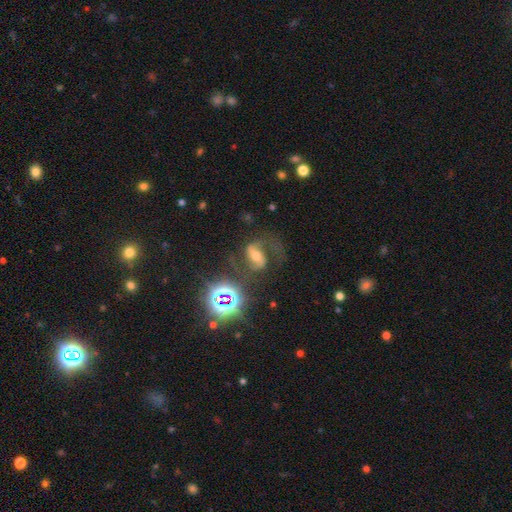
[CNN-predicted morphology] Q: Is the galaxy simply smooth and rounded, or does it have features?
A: featured or disk — 71%.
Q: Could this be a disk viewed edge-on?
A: no — 96%.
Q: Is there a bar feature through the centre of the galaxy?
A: strong — 46%.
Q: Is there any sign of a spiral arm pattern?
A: yes — 92%.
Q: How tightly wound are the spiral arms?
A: loose — 46%.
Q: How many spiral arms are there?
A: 2 — 88%.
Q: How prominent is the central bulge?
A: moderate — 61%.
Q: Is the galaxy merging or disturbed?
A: none — 63%.